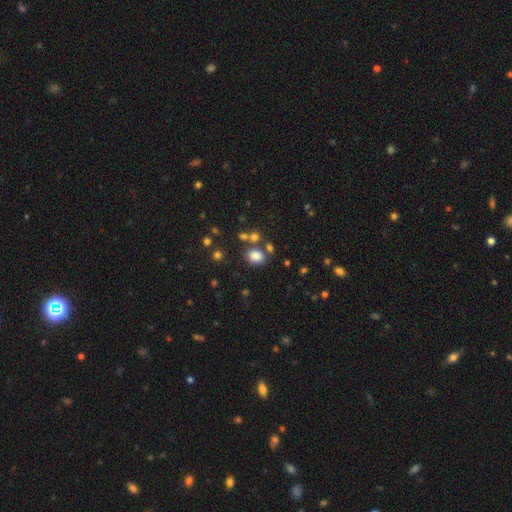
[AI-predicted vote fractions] Overall: smooth (81%). How rounded: in between (55%; round 44%). Merging: none (71%).